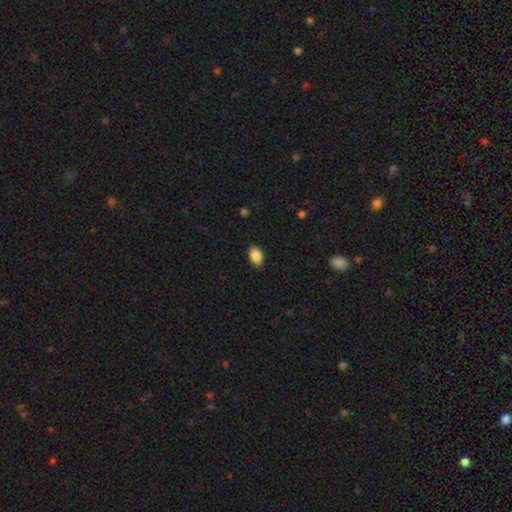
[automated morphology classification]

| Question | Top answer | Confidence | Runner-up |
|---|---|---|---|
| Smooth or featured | smooth | 89% | star or artifact (8%) |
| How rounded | in between | 87% | round (12%) |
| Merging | none | 88% | minor disturbance (9%) |